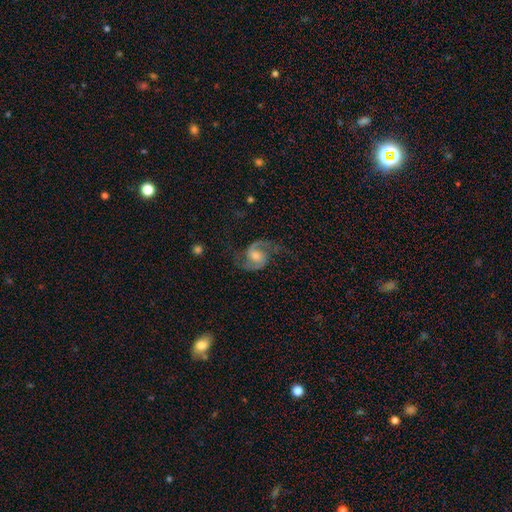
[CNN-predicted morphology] The model was most divided on "spiral winding": medium: 50%, loose: 38%, tight: 12%. More confident: edge-on disk — no (98%); spiral arms — yes (97%); spiral arm count — 2 (93%); smooth or featured — featured or disk (88%); merging — none (71%); bulge size — moderate (61%); bar — no (55%).